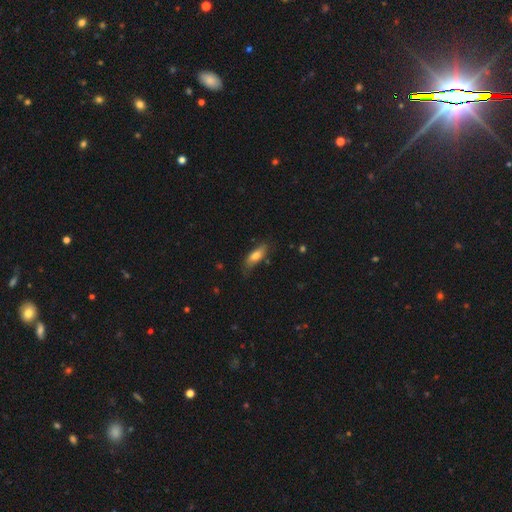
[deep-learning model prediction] Morphology: type=smooth (72%); roundness=in between (62%); merging=none (71%).